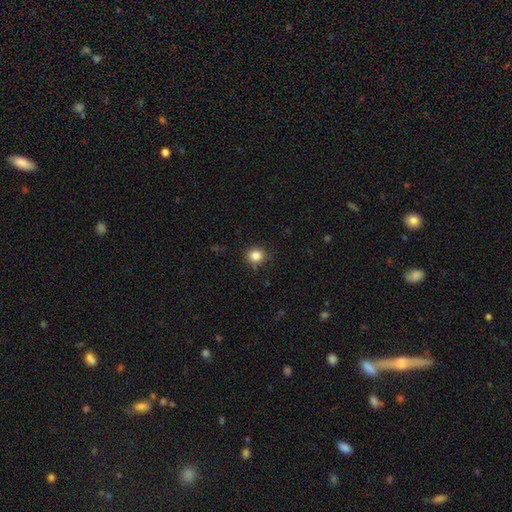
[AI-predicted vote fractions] Q: Smooth or featured?
A: smooth (84%); runner-up: star or artifact (11%)
Q: How rounded?
A: round (89%); runner-up: in between (11%)
Q: Merging?
A: none (87%); runner-up: minor disturbance (9%)